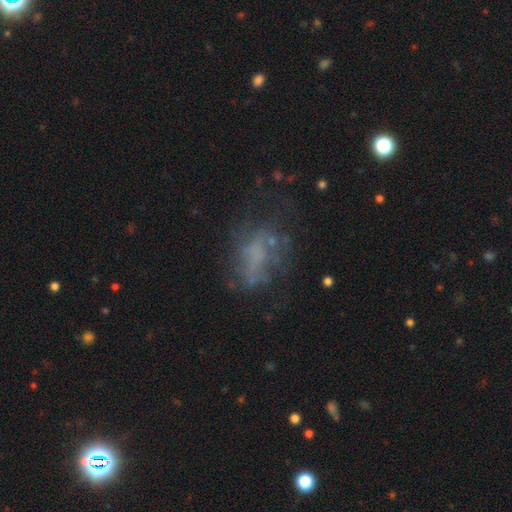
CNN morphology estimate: Smooth or featured? Predicted: featured or disk (p=0.42). Merging? Predicted: none (p=0.46).